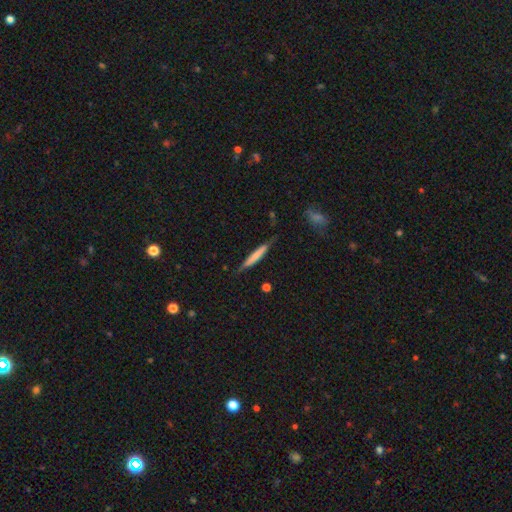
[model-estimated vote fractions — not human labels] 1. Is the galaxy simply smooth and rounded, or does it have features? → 60% smooth, 34% featured or disk, 5% star or artifact.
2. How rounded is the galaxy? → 94% cigar-shaped, 5% in between, 1% round.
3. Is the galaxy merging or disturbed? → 74% none, 19% minor disturbance, 4% major disturbance, 2% merger.